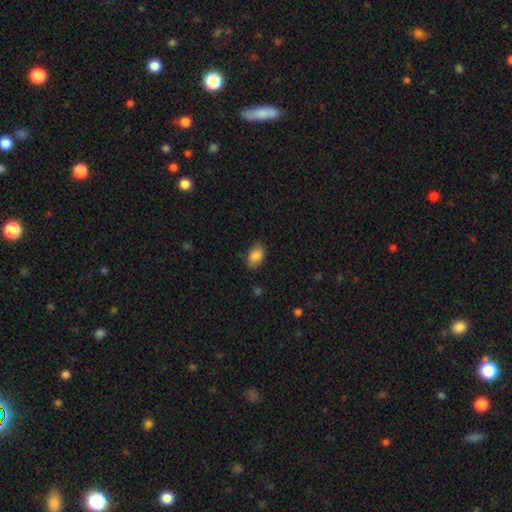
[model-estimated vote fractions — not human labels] This appears to be a smooth galaxy with no disk features (87%) that is in between round and cigar-shaped (85%). Merging: none (79%).